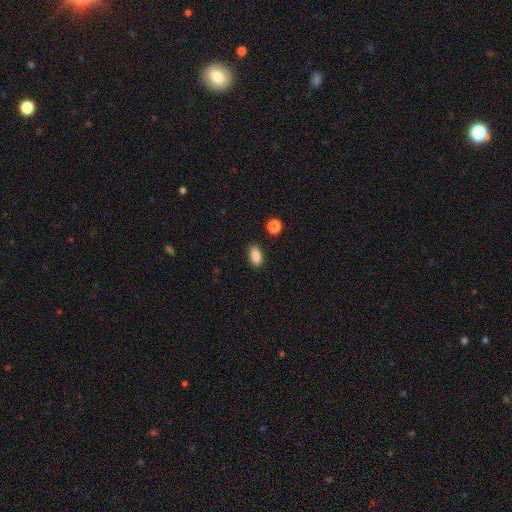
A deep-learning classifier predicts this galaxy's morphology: Overall: smooth (88%). How rounded: in between (90%). Merging: none (88%).